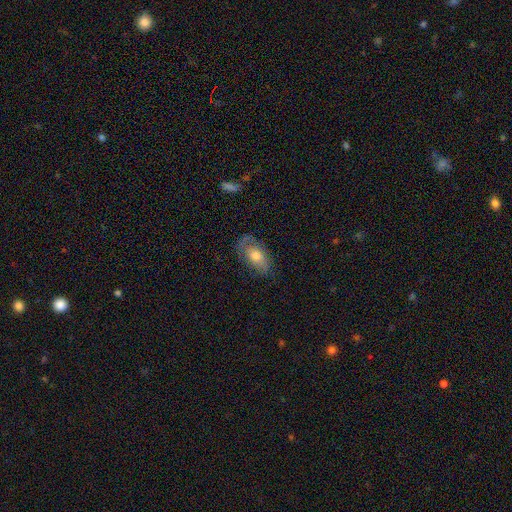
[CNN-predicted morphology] Smooth or featured?
  - smooth: 53% *
  - featured or disk: 39%
  - star or artifact: 8%
How rounded?
  - in between: 89% *
  - round: 8%
  - cigar-shaped: 3%
Merging?
  - none: 65% *
  - minor disturbance: 22%
  - major disturbance: 11%
  - merger: 2%